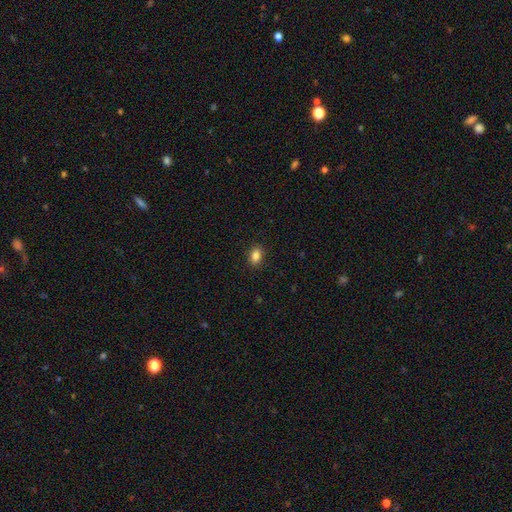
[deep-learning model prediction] Smooth or featured?
  - smooth: 85% *
  - star or artifact: 10%
  - featured or disk: 5%
How rounded?
  - in between: 76% *
  - round: 22%
  - cigar-shaped: 1%
Merging?
  - none: 89% *
  - minor disturbance: 8%
  - major disturbance: 2%
  - merger: 1%